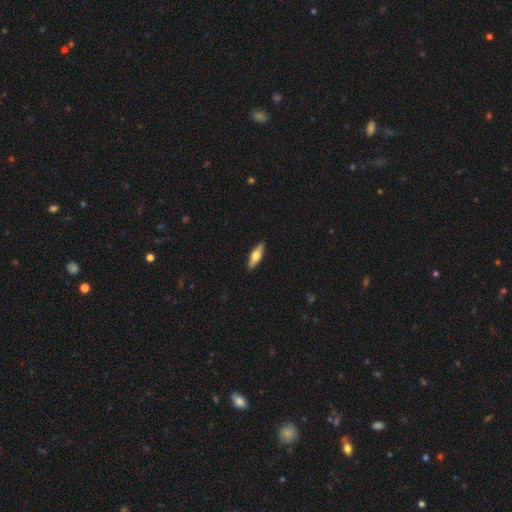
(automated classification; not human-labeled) The model was most divided on "how rounded": in between: 51%, cigar-shaped: 47%, round: 2%. More confident: merging — none (90%); smooth or featured — smooth (60%).